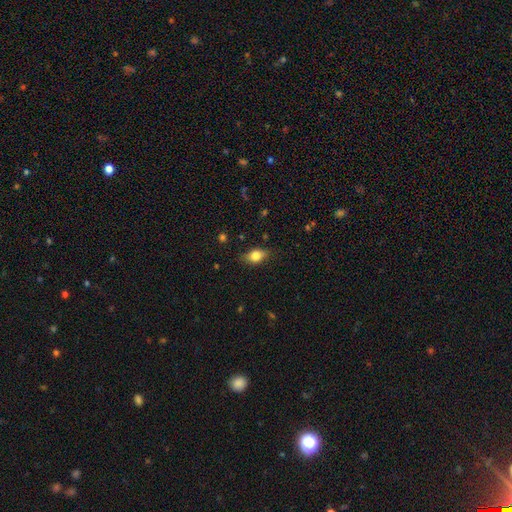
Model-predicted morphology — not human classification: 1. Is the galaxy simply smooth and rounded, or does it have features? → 74% smooth, 18% featured or disk, 9% star or artifact.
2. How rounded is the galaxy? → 75% in between, 19% round, 6% cigar-shaped.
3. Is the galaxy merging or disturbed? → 79% none, 16% minor disturbance, 3% major disturbance, 1% merger.